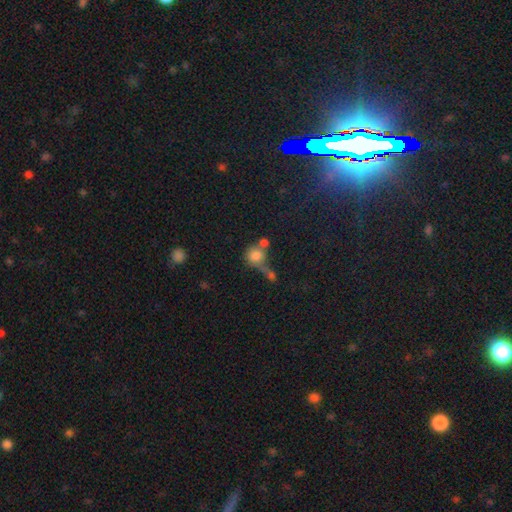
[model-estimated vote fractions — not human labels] A smooth galaxy with no disk features (77%) that is round (83%).

Vote fractions:
- Smooth or featured? smooth: 77% / featured or disk: 12% / star or artifact: 11%
- How rounded? round: 83% / in between: 16% / cigar-shaped: 2%
- Merging? merger: 46% / none: 33% / minor disturbance: 11% / major disturbance: 10%